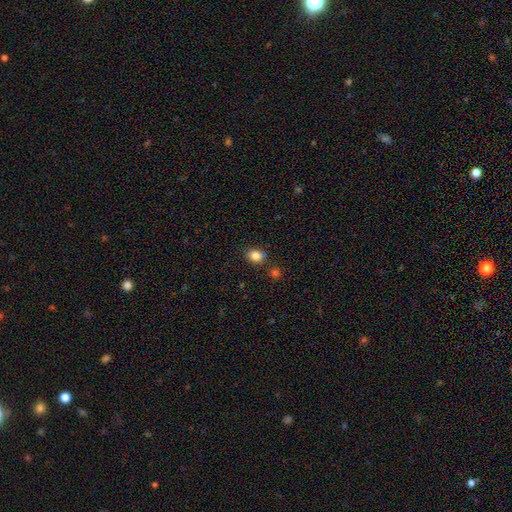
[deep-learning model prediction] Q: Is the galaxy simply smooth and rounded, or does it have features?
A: smooth — 84%.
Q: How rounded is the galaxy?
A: in between — 56%.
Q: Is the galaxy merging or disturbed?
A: none — 80%.